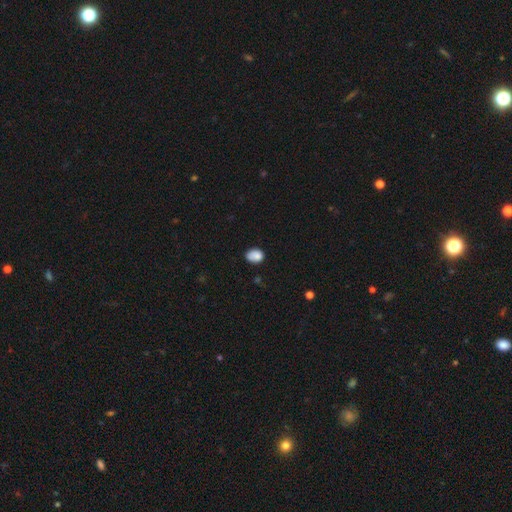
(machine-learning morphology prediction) Smooth or featured? smooth (84%)
How rounded? in between (65%)
Merging? none (61%)